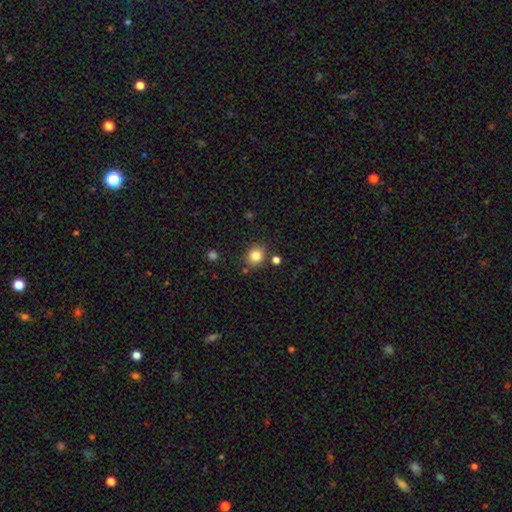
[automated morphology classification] A smooth galaxy with no disk features (84%) that is round (72%).

Vote fractions:
- Smooth or featured? smooth: 84% / star or artifact: 11% / featured or disk: 6%
- How rounded? round: 72% / in between: 27% / cigar-shaped: 1%
- Merging? none: 80% / minor disturbance: 10% / merger: 6% / major disturbance: 3%